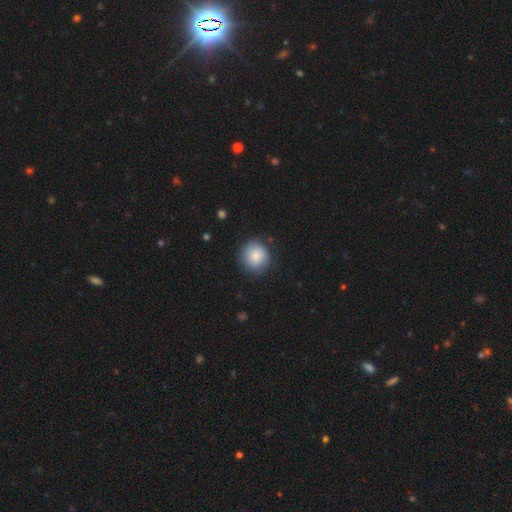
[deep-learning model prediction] Smooth or featured: smooth — 85% (star or artifact — 8%)
How rounded: round — 92% (in between — 7%)
Merging: none — 84% (minor disturbance — 12%)